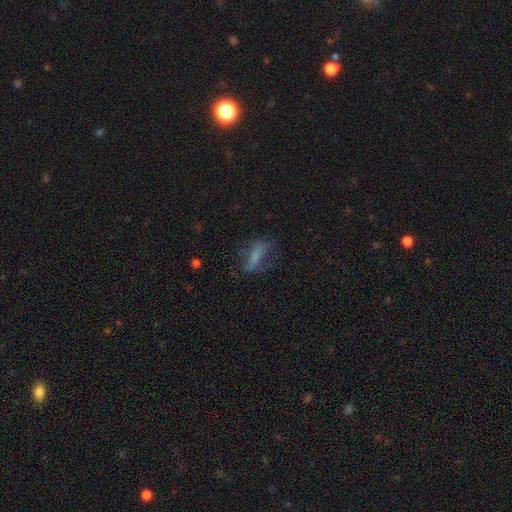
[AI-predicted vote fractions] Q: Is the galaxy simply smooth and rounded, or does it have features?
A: smooth — 52%.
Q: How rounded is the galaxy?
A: in between — 51%.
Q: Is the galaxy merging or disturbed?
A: none — 58%.